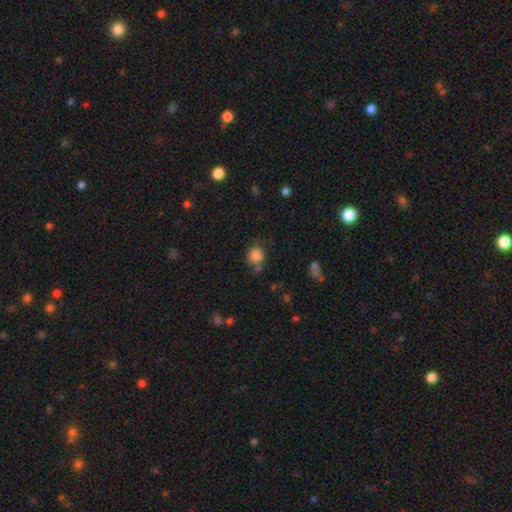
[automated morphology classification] type=smooth (81%); roundness=round (72%); merging=none (55%).